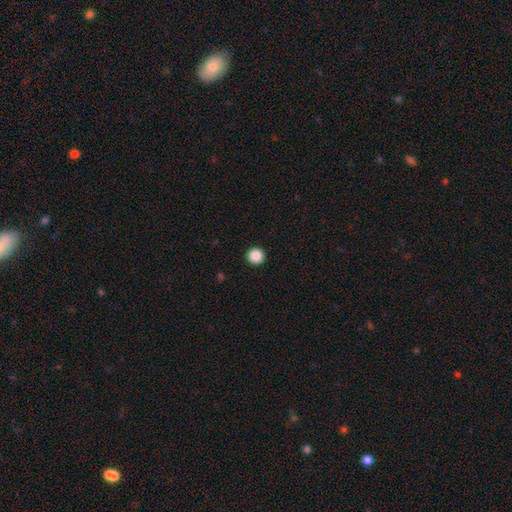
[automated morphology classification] smooth_or_featured: smooth (p=0.88) [alt: star or artifact p=0.09]
how_rounded: round (p=0.96) [alt: in between p=0.03]
merging: none (p=0.94) [alt: minor disturbance p=0.04]